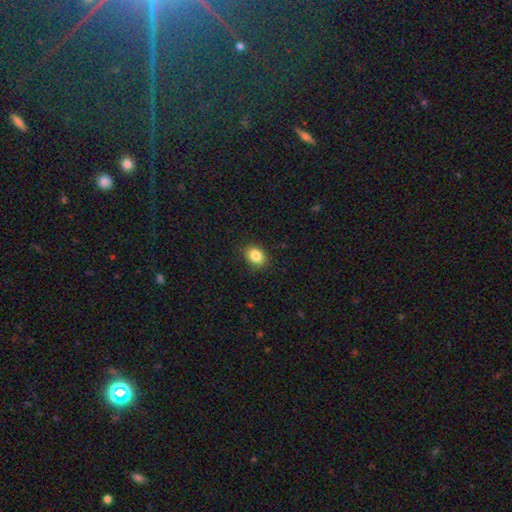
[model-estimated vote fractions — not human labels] A smooth galaxy with no disk features (85%) that is in between round and cigar-shaped (60%). Merging: none (87%).